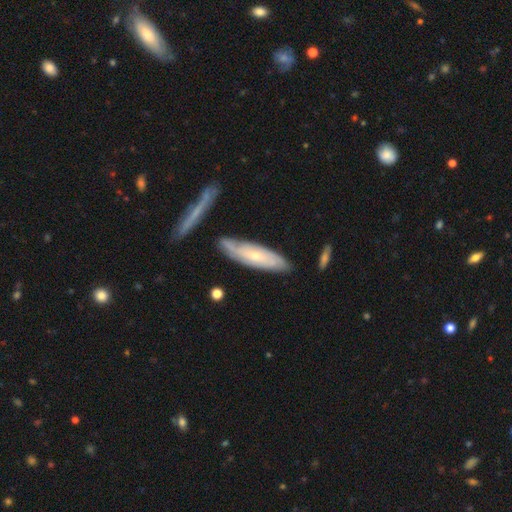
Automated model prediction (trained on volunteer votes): Q: Smooth or featured?
A: featured or disk (58%); runner-up: smooth (36%)
Q: Edge-on disk?
A: no (70%); runner-up: yes (30%)
Q: Merging?
A: none (72%); runner-up: minor disturbance (18%)